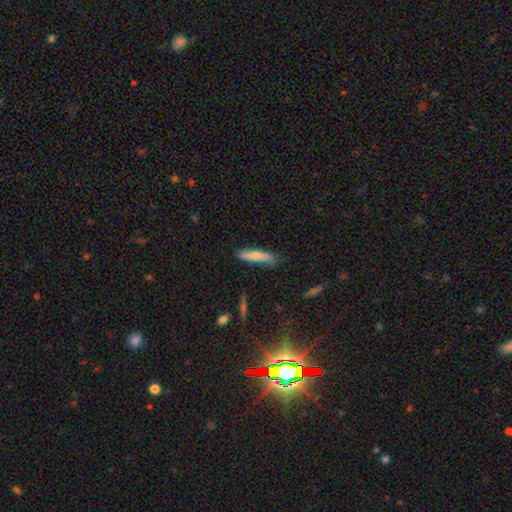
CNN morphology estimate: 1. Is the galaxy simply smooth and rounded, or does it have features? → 73% smooth, 21% featured or disk, 6% star or artifact.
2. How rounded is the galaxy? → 83% cigar-shaped, 16% in between, 2% round.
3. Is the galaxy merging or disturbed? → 78% none, 17% minor disturbance, 3% major disturbance, 2% merger.